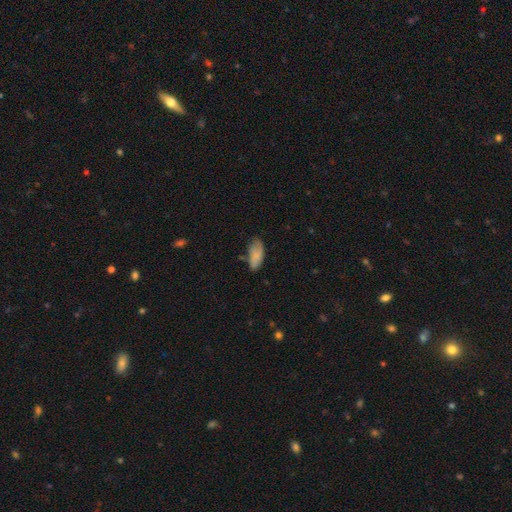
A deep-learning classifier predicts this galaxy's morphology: This appears to be a smooth galaxy with no disk features (83%) that is in between round and cigar-shaped (86%). Merging: none (57%).